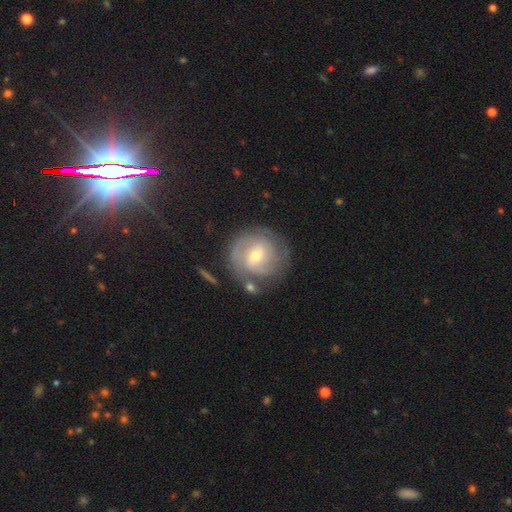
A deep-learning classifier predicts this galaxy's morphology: Smooth or featured? featured or disk (76%)
Edge-on disk? no (97%)
Bar? weak (55%)
Spiral arms? yes (90%)
Spiral winding? tight (61%)
Spiral arm count? 2 (47%)
Bulge size? moderate (50%)
Merging? none (72%)